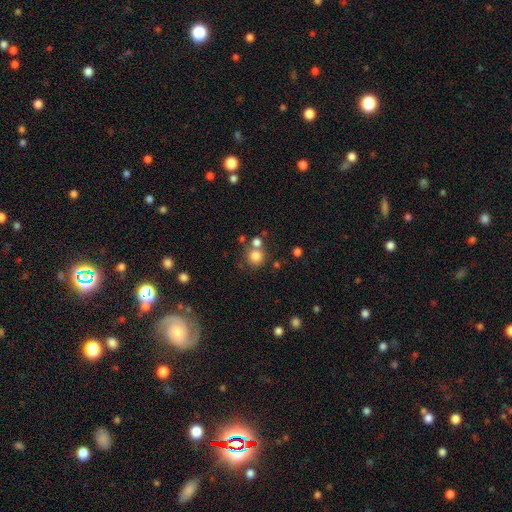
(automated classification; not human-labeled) Smooth or featured? Predicted: smooth (p=0.79). How rounded? Predicted: round (p=0.90). Merging? Predicted: none (p=0.62).